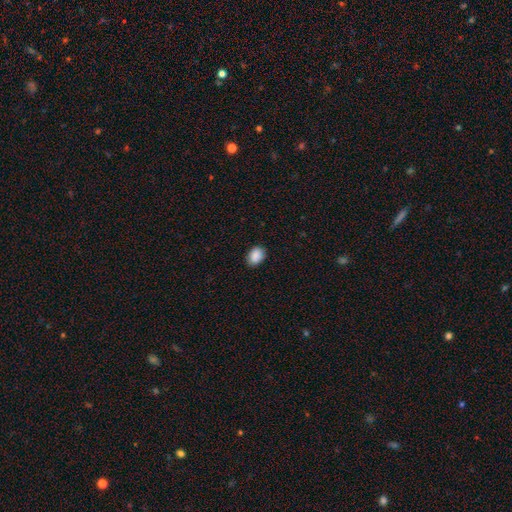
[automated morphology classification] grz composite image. It shows a smooth galaxy with no disk features (89%) that is in between round and cigar-shaped (69%). Merging: none (83%).